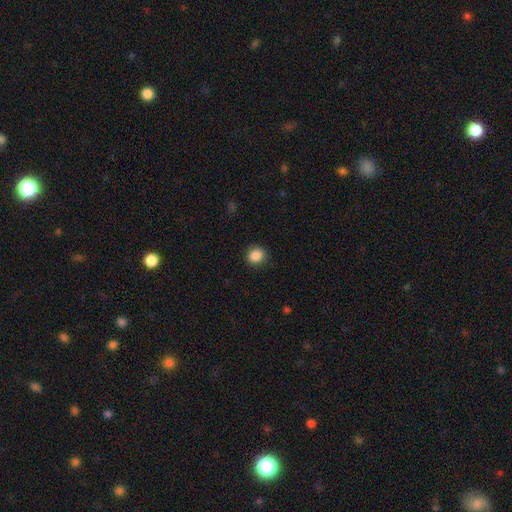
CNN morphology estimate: Smooth or featured: smooth — 87% (star or artifact — 10%)
How rounded: round — 82% (in between — 17%)
Merging: none — 89% (minor disturbance — 8%)